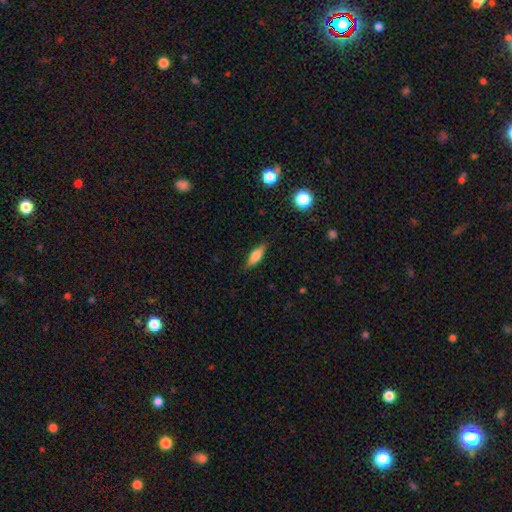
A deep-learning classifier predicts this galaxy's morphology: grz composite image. It shows a smooth galaxy with no disk features (65%) that is in between round and cigar-shaped (56%). Merging: none (84%).